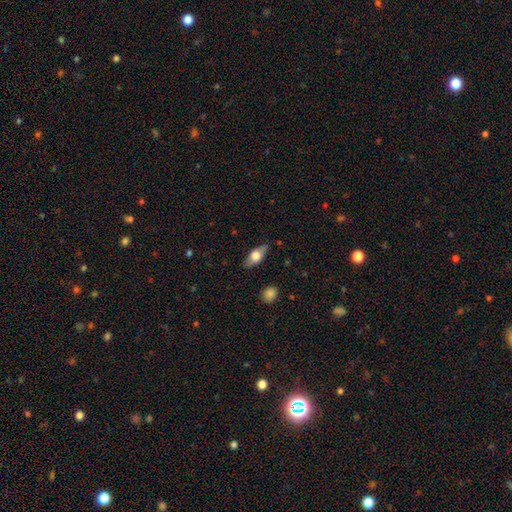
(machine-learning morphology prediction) This is likely a smooth galaxy (62%). How rounded: likely in between (79%). Merging: clearly none (81%).